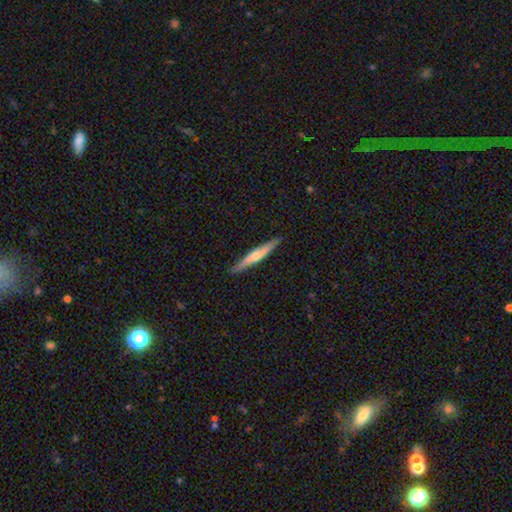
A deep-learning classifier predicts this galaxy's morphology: Q: Smooth or featured?
A: featured or disk (50%); runner-up: smooth (45%)
Q: Merging?
A: none (90%); runner-up: minor disturbance (8%)